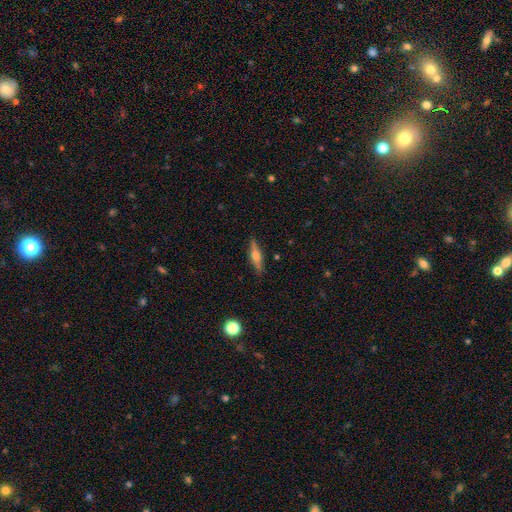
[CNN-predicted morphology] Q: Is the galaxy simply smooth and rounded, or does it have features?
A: featured or disk — 60%.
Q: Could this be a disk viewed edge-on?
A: yes — 96%.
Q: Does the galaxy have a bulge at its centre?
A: rounded — 91%.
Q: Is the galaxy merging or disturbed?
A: none — 88%.